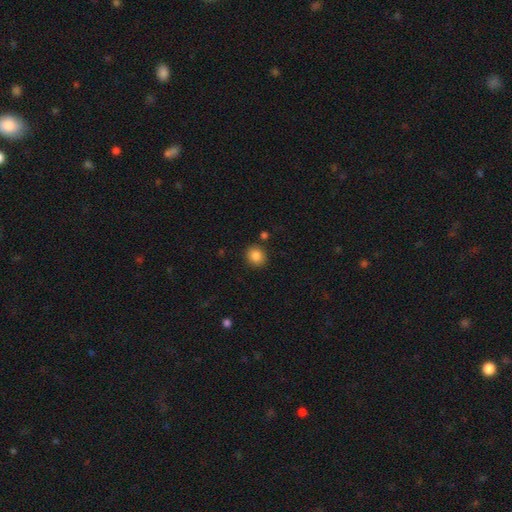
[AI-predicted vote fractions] smooth 85%, star or artifact 10%, featured or disk 5%. Down the decision tree: how rounded — round (77%); merging — none (87%).